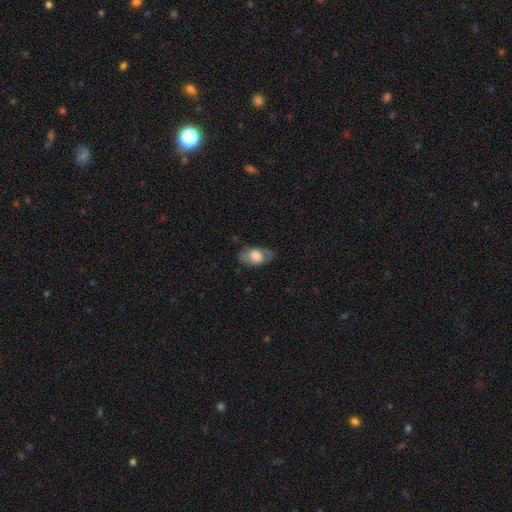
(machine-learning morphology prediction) smooth 56%, featured or disk 37%, star or artifact 6%. Down the decision tree: how rounded — in between (90%); merging — none (65%).